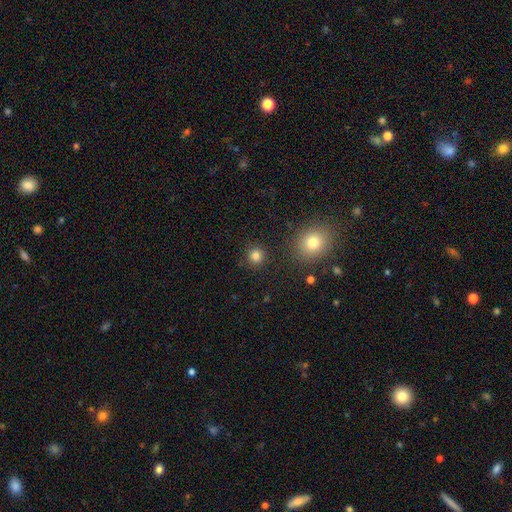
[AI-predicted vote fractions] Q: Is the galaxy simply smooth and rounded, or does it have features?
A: smooth — 82%.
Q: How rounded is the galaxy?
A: round — 93%.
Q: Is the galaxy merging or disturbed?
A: none — 90%.